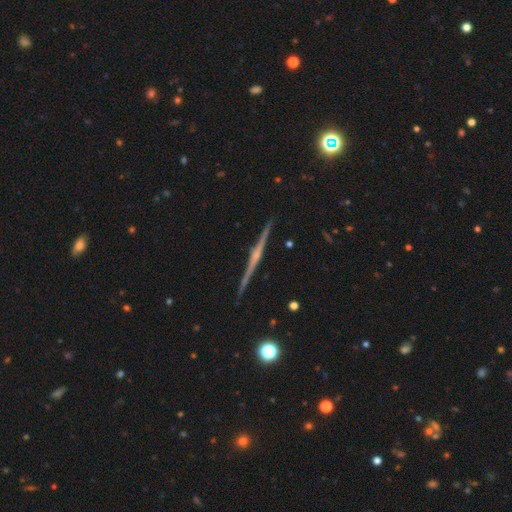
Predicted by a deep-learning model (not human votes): This is clearly a featured or disk galaxy (85%). It is clearly viewed edge-on (99%). Edge-on bulge: likely rounded (72%). Merging: clearly none (92%).